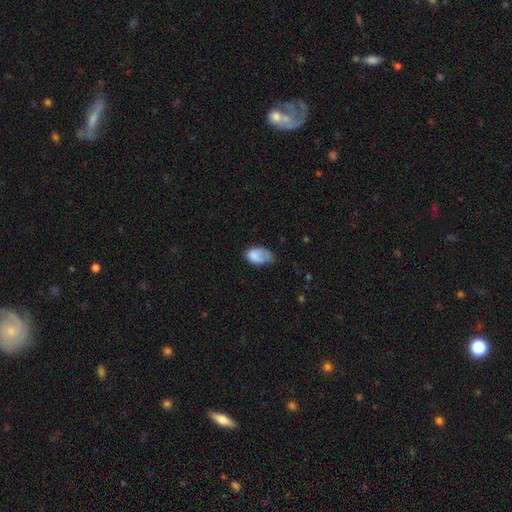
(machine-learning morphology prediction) Smooth or featured: smooth — 74% (featured or disk — 18%)
How rounded: in between — 91% (round — 8%)
Merging: minor disturbance — 40% (none — 31%)